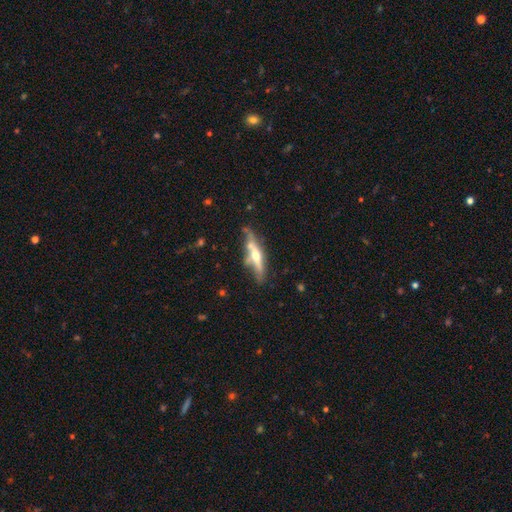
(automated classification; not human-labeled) Smooth or featured?
  - featured or disk: 66% *
  - smooth: 28%
  - star or artifact: 6%
Edge-on disk?
  - yes: 90% *
  - no: 10%
Edge-on bulge?
  - rounded: 86% *
  - none: 7%
  - boxy: 6%
Merging?
  - none: 60% *
  - minor disturbance: 20%
  - merger: 13%
  - major disturbance: 7%